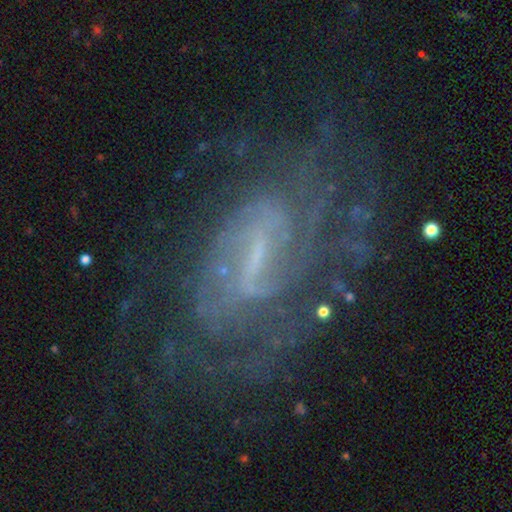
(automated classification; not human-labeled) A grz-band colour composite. It shows a featured or disk galaxy (80%) with a weak bar (44%), tight (55%) spiral arms (83%) and a small central bulge (53%). Merging: none (66%).